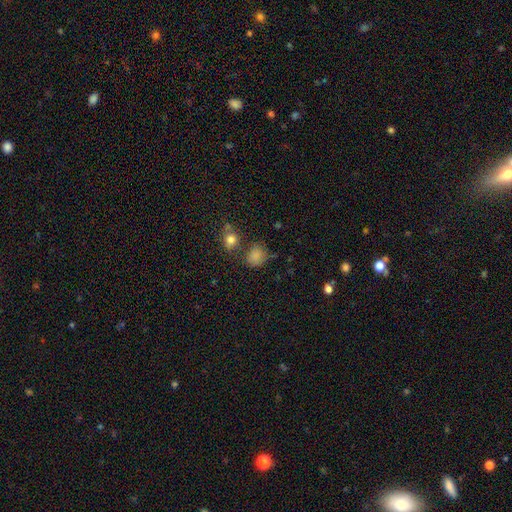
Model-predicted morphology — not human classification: smooth_or_featured: smooth (p=0.80) [alt: star or artifact p=0.14]
how_rounded: round (p=0.64) [alt: in between p=0.35]
merging: none (p=0.61) [alt: minor disturbance p=0.20]